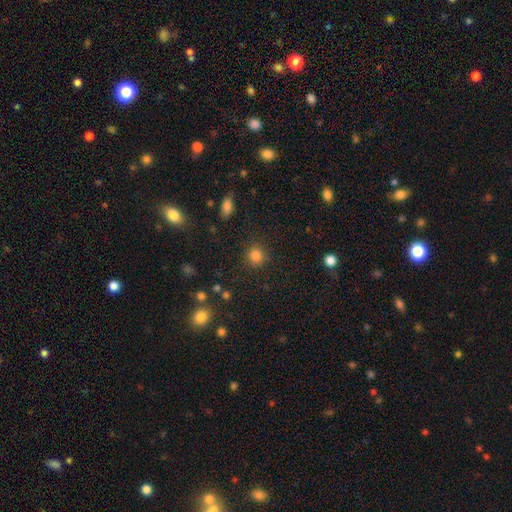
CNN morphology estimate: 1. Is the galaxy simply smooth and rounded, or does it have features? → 83% smooth, 12% star or artifact, 4% featured or disk.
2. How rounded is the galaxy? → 91% round, 8% in between, 1% cigar-shaped.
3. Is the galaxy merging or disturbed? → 88% none, 7% minor disturbance, 3% major disturbance, 2% merger.